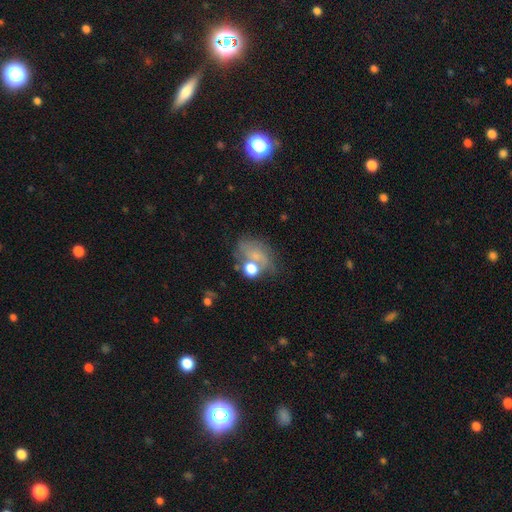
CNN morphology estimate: smooth 47%, featured or disk 32%, star or artifact 21%. Down the decision tree: merging — none (43%).